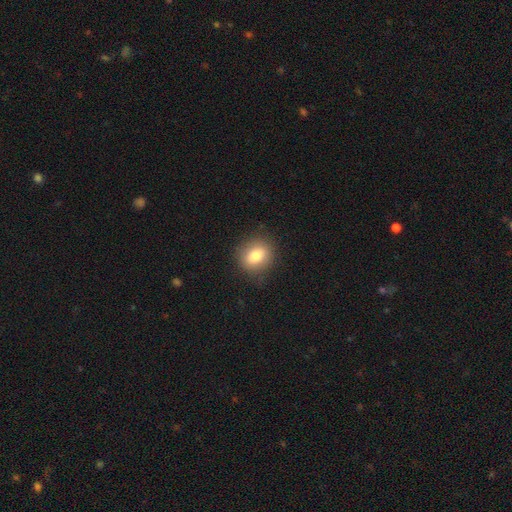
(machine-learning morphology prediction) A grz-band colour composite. It shows a smooth galaxy with no disk features (79%) that is round (66%). Merging: none (84%).